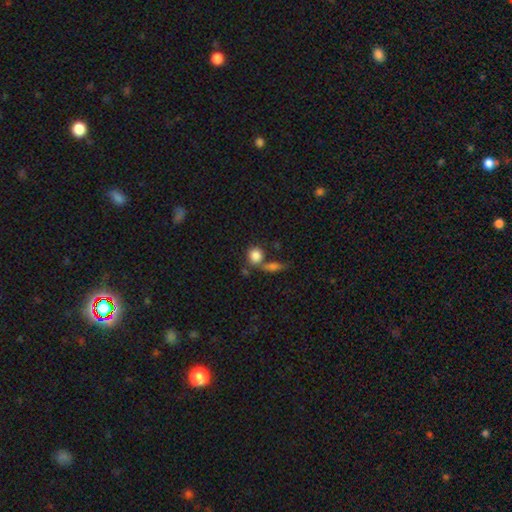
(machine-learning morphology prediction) Smooth or featured: smooth — 84% (star or artifact — 9%)
How rounded: round — 75% (in between — 23%)
Merging: none — 56% (merger — 28%)